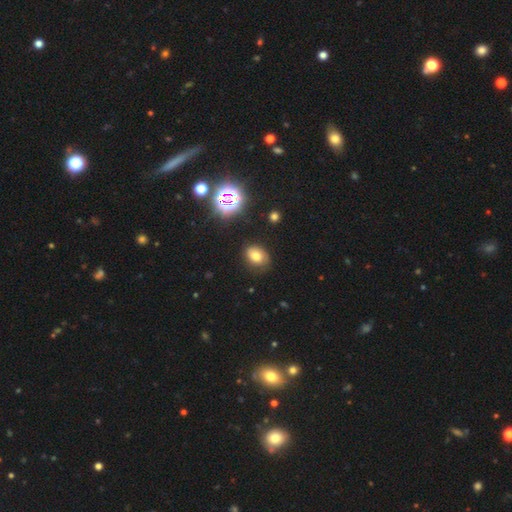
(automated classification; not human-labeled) Smooth or featured?
  - smooth: 72% *
  - star or artifact: 16%
  - featured or disk: 12%
How rounded?
  - in between: 72% *
  - round: 27%
  - cigar-shaped: 1%
Merging?
  - none: 78% *
  - minor disturbance: 16%
  - major disturbance: 4%
  - merger: 2%